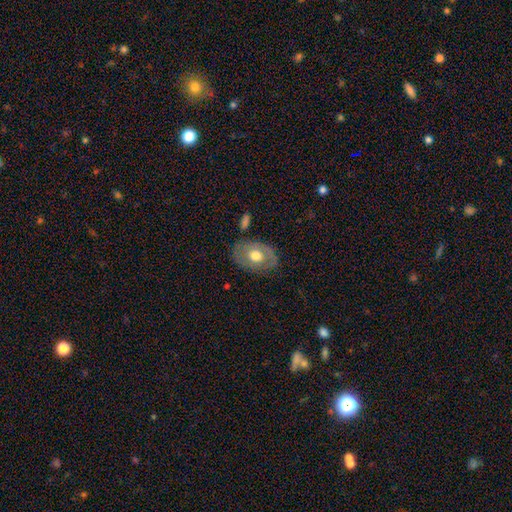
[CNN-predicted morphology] Smooth or featured?
  - smooth: 53% *
  - featured or disk: 41%
  - star or artifact: 7%
How rounded?
  - in between: 76% *
  - round: 23%
  - cigar-shaped: 1%
Merging?
  - none: 76% *
  - minor disturbance: 16%
  - major disturbance: 5%
  - merger: 3%